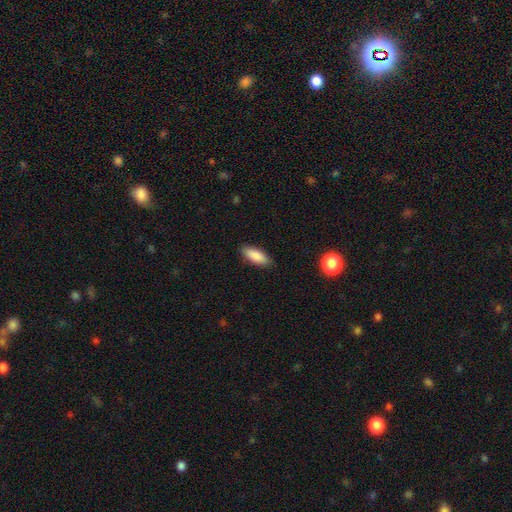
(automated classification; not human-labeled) Smooth or featured? smooth (87%)
How rounded? in between (72%)
Merging? none (88%)